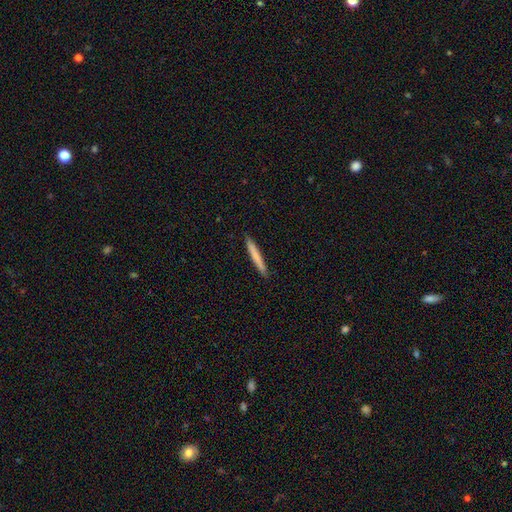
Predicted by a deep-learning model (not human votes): The model was most divided on "smooth or featured": smooth: 73%, featured or disk: 22%, star or artifact: 5%. More confident: how rounded — cigar-shaped (97%); merging — none (92%).